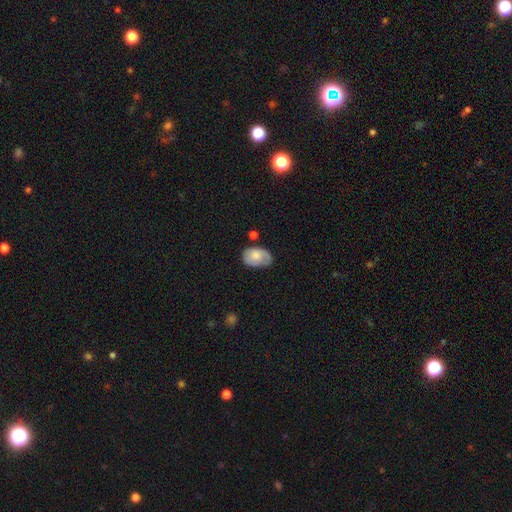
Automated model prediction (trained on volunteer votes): Q: Smooth or featured?
A: smooth (65%); runner-up: featured or disk (28%)
Q: How rounded?
A: in between (85%); runner-up: round (14%)
Q: Merging?
A: none (56%); runner-up: minor disturbance (31%)